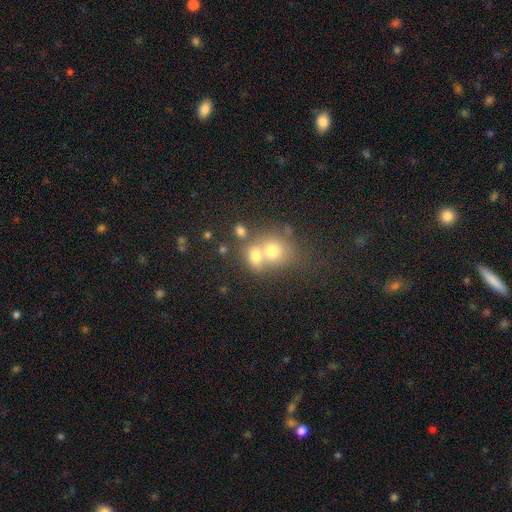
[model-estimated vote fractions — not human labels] Morphology: type=smooth (70%); roundness=round (61%); merging=merger (57%).